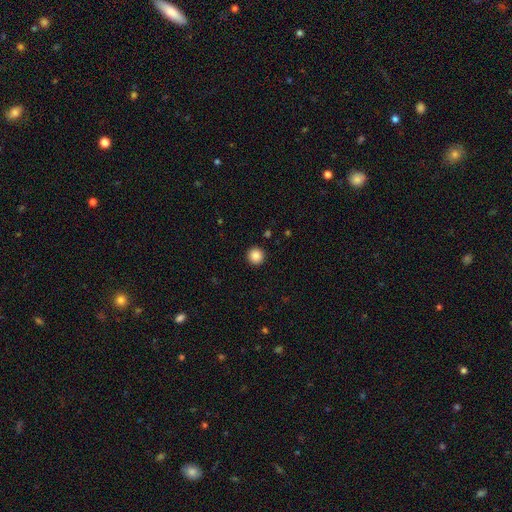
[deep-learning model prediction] Smooth or featured: smooth — 86% (star or artifact — 10%)
How rounded: round — 96% (in between — 3%)
Merging: none — 93% (minor disturbance — 4%)